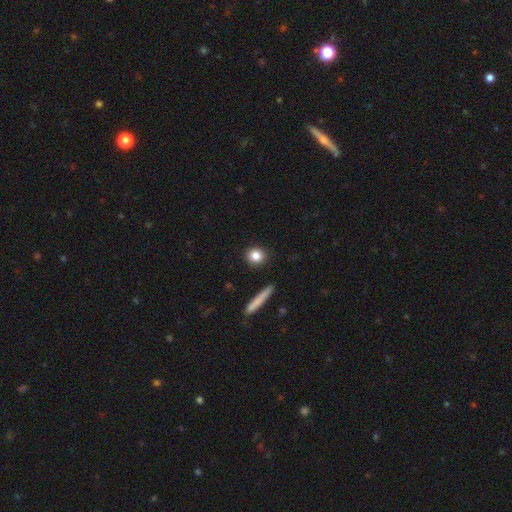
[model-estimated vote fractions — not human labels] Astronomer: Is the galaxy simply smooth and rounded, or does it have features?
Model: smooth — 83%.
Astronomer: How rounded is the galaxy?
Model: round — 86%.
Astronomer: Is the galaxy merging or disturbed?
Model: none — 91%.